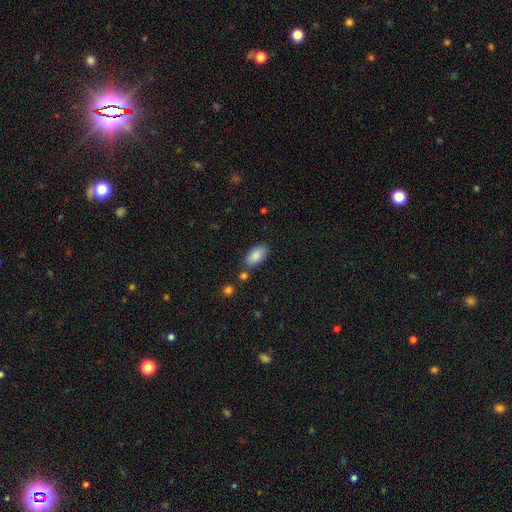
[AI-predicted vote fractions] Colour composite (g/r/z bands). It shows a smooth galaxy with no disk features (86%) that is in between round and cigar-shaped (93%). Merging: none (78%).